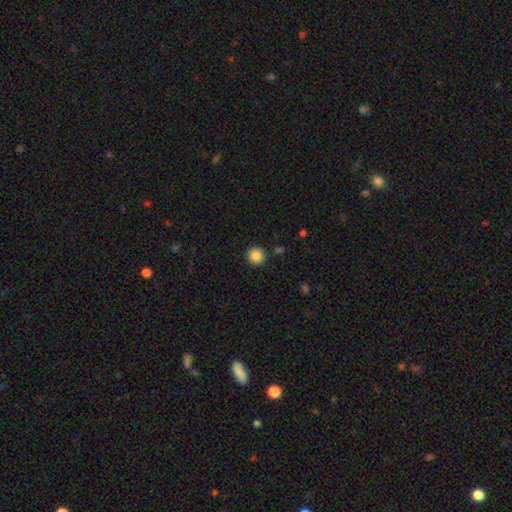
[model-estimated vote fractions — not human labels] Q: Smooth or featured?
A: smooth (85%); runner-up: star or artifact (10%)
Q: How rounded?
A: round (95%); runner-up: in between (4%)
Q: Merging?
A: none (91%); runner-up: minor disturbance (5%)